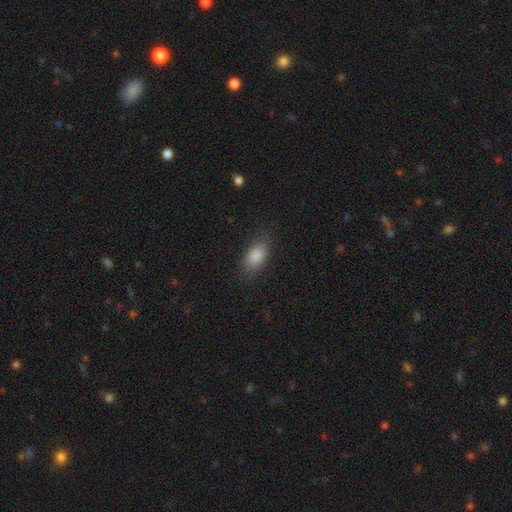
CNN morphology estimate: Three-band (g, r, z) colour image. It shows a smooth galaxy with no disk features (85%) that is in between round and cigar-shaped (87%). Merging: none (82%).